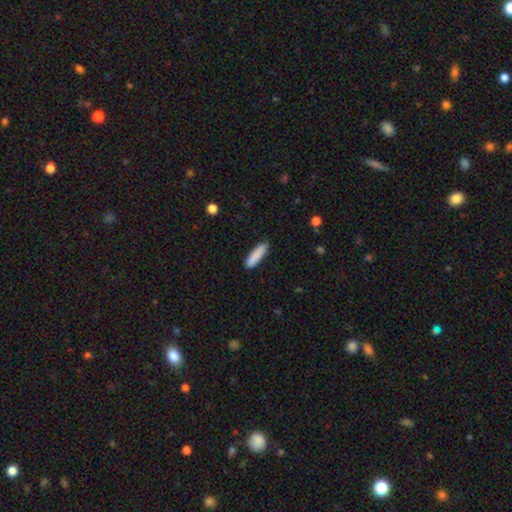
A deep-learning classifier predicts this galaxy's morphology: type=smooth (88%); roundness=cigar-shaped (71%); merging=none (87%).